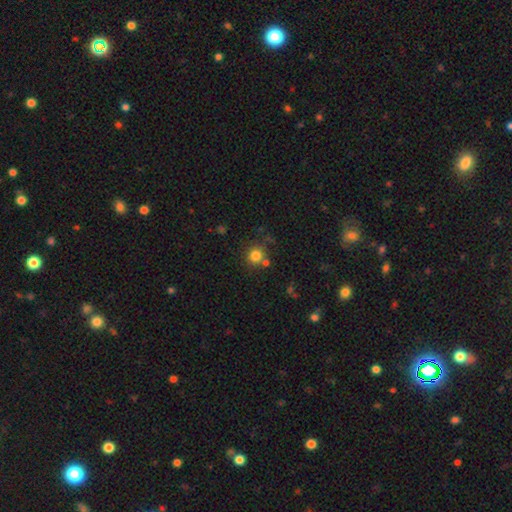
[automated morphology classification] Smooth or featured? smooth (81%)
How rounded? round (90%)
Merging? none (73%)